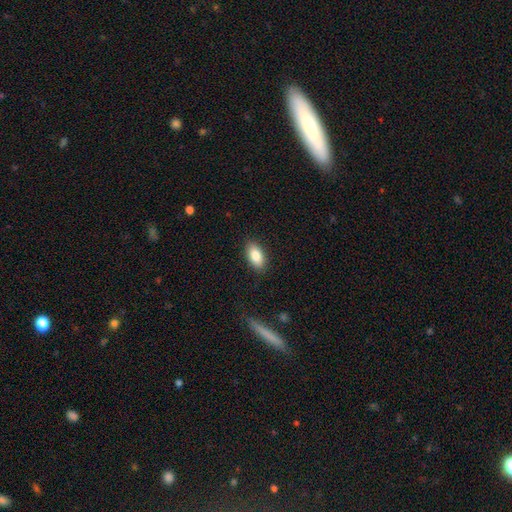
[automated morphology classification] Smooth or featured: smooth — 85% (featured or disk — 9%)
How rounded: in between — 91% (cigar-shaped — 5%)
Merging: none — 88% (minor disturbance — 9%)